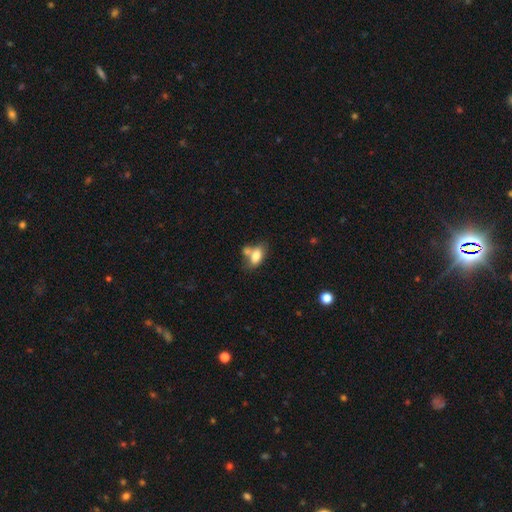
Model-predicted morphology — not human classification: This is likely a smooth galaxy (77%). How rounded: clearly in between (87%). Merging: marginally none (39%).